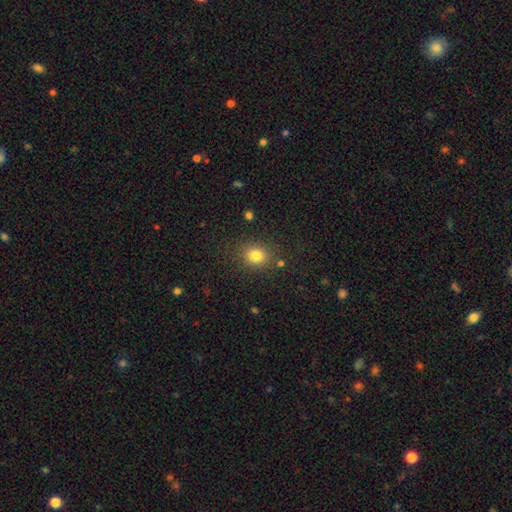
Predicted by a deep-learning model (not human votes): This appears to be a smooth galaxy with no disk features (80%) that is round (66%). Merging: none (83%).